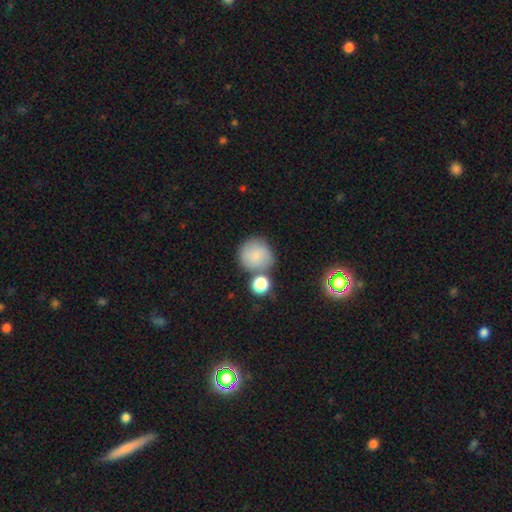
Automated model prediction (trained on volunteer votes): smooth 81%, featured or disk 10%, star or artifact 9%. Down the decision tree: how rounded — round (91%); merging — none (63%).